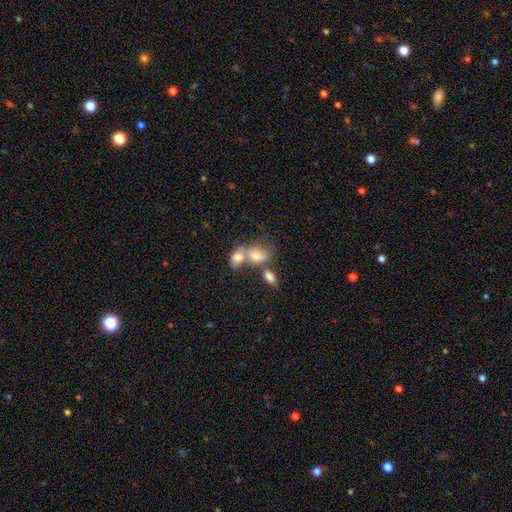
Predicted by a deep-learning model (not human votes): Overall: smooth (68%). How rounded: in between (77%). Merging: merger (60%; none 23%).